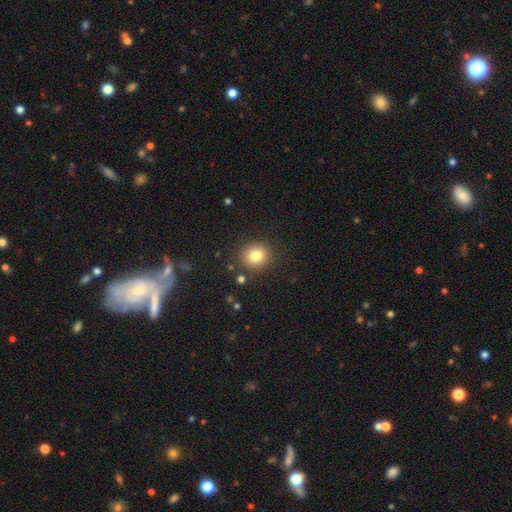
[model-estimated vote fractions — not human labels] Smooth or featured?
  - smooth: 82% *
  - star or artifact: 11%
  - featured or disk: 7%
How rounded?
  - round: 82% *
  - in between: 17%
  - cigar-shaped: 1%
Merging?
  - none: 86% *
  - minor disturbance: 9%
  - major disturbance: 3%
  - merger: 3%